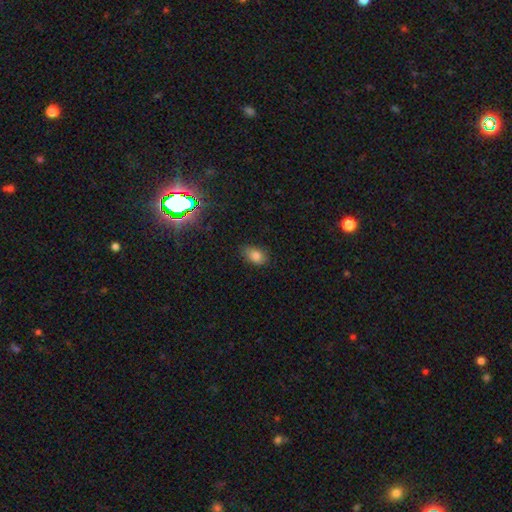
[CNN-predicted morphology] Smooth or featured? smooth (83%)
How rounded? in between (85%)
Merging? none (74%)